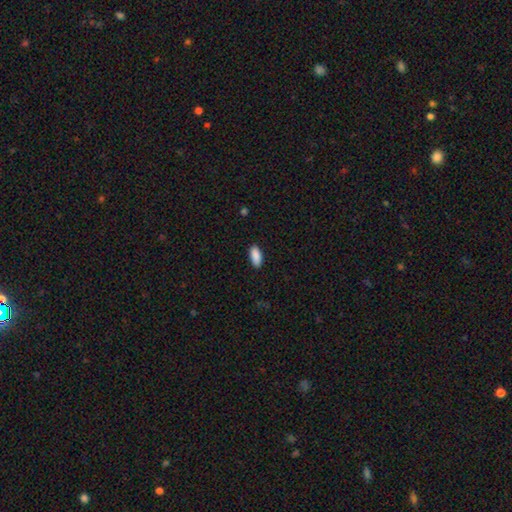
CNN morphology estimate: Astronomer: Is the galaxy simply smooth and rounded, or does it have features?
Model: smooth — 90%.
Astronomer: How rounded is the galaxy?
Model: in between — 89%.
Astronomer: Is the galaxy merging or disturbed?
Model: none — 88%.